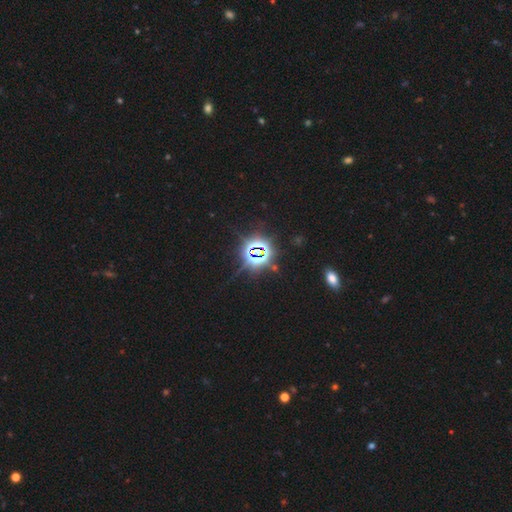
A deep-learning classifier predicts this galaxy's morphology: This appears to be a star or artifact, not a galaxy (82%).